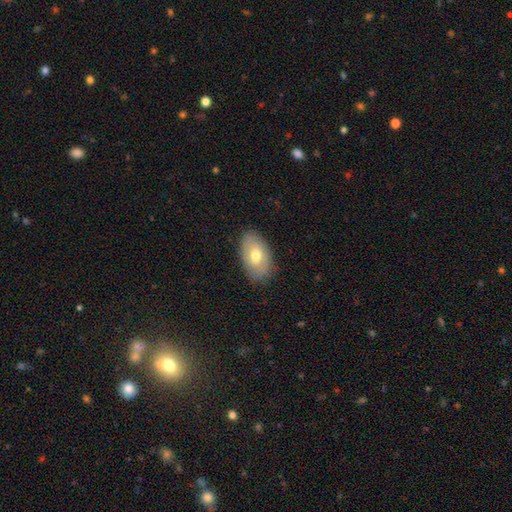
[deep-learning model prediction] Overall: smooth (62%; featured or disk 31%). How rounded: in between (92%). Merging: none (83%).